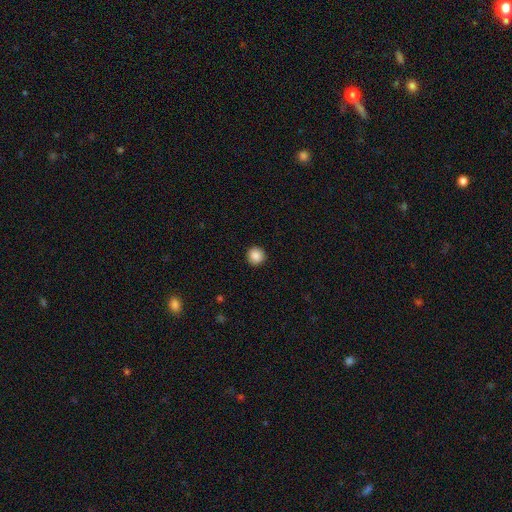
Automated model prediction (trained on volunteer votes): Smooth or featured? Predicted: smooth (p=0.88). How rounded? Predicted: round (p=0.95). Merging? Predicted: none (p=0.93).